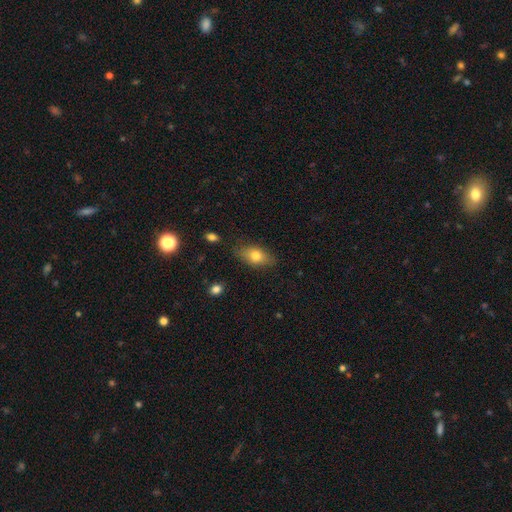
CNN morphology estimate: Overall: smooth (74%). How rounded: in between (83%). Merging: none (78%).